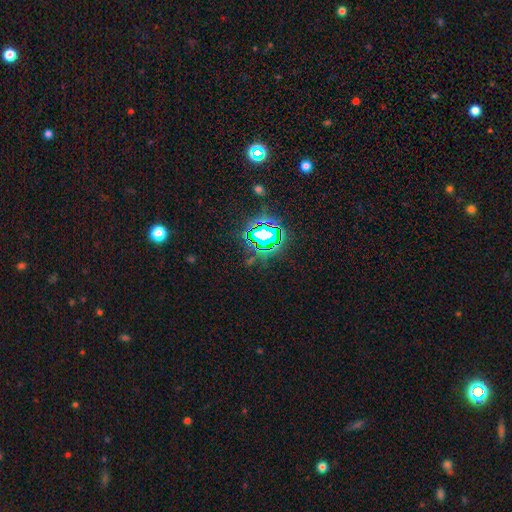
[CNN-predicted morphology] Smooth or featured? star or artifact (81%)